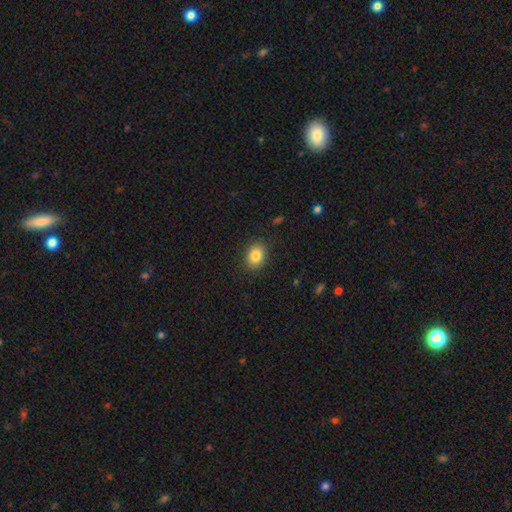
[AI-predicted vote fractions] smooth-or-featured: smooth: 84% | star or artifact: 9% | featured or disk: 7%
  how-rounded: in between: 51% | round: 48% | cigar-shaped: 1%
  merging: none: 88% | minor disturbance: 8% | major disturbance: 2% | merger: 1%